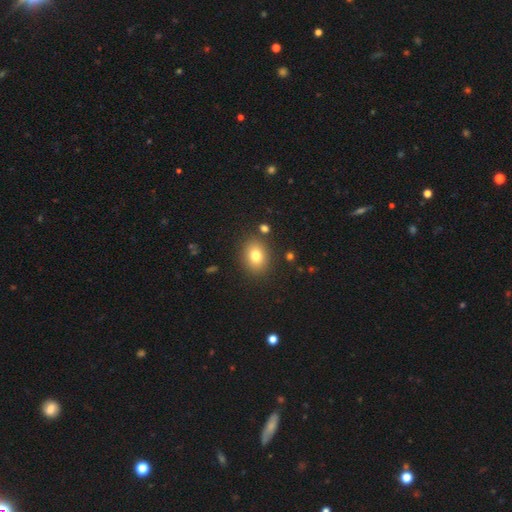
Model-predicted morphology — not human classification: type=smooth (79%); roundness=in between (55%); merging=none (85%).